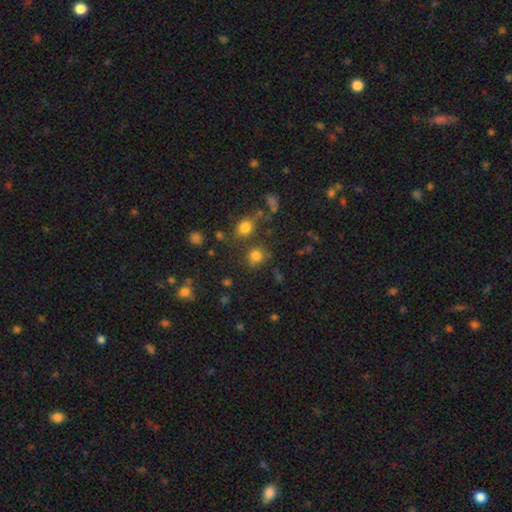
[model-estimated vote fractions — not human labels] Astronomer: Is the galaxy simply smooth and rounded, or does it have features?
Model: smooth — 77%.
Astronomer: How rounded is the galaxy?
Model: round — 79%.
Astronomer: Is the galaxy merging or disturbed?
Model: none — 69%.